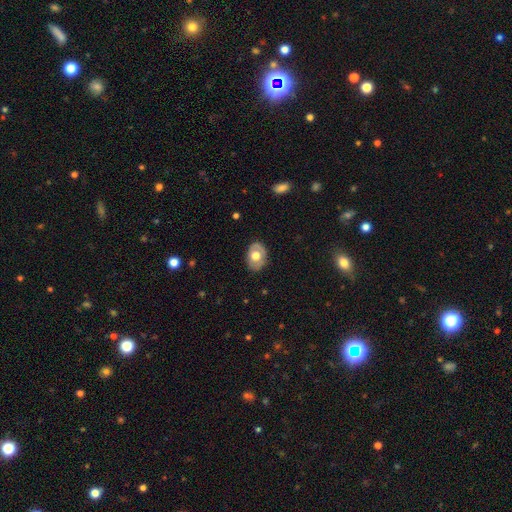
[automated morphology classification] A smooth galaxy with no disk features (53%) that is in between round and cigar-shaped (72%). Merging: none (79%).